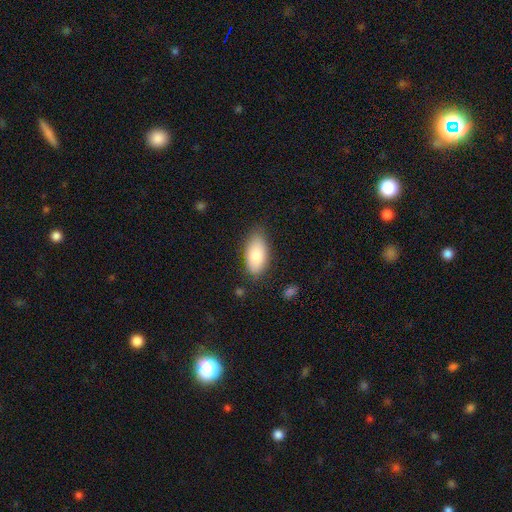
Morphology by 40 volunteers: smooth-or-featured: smooth: 80% | featured or disk: 12% | star or artifact: 8%
  how-rounded: in between: 91% | cigar-shaped: 6% | round: 3%
  merging: none: 78% | minor disturbance: 19% | major disturbance: 3% | merger: 0%